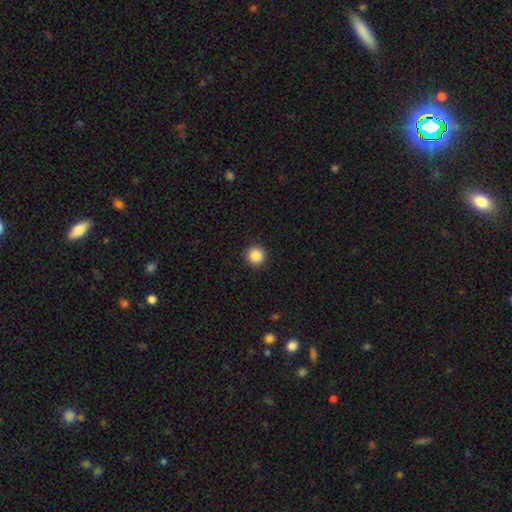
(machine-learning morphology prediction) type=smooth (87%); roundness=round (96%); merging=none (92%).